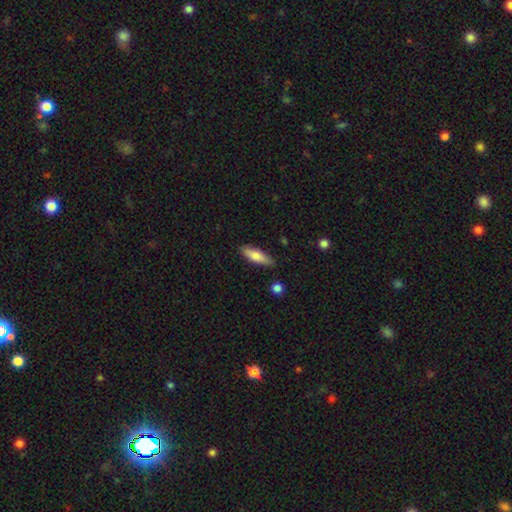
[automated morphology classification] smooth 72%, featured or disk 22%, star or artifact 6%. Down the decision tree: how rounded — cigar-shaped (52%); merging — none (84%).